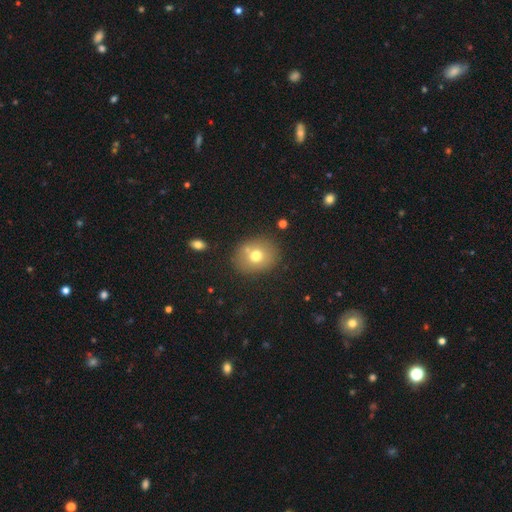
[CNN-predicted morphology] This appears to be a smooth galaxy with no disk features (70%) that is round (61%). Merging: none (75%).